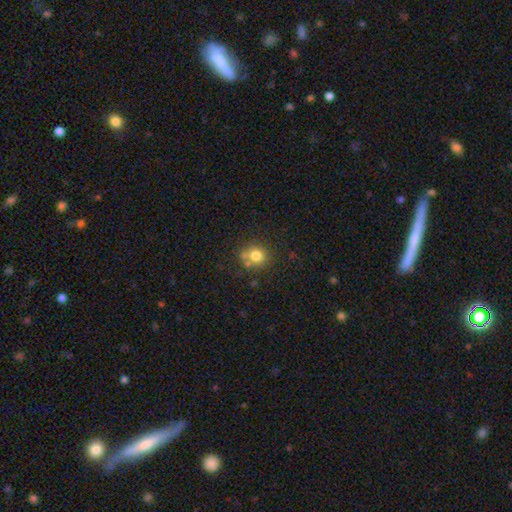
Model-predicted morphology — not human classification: Smooth or featured?
  - smooth: 76% *
  - star or artifact: 13%
  - featured or disk: 11%
How rounded?
  - round: 83% *
  - in between: 16%
  - cigar-shaped: 1%
Merging?
  - none: 64% *
  - merger: 18%
  - minor disturbance: 13%
  - major disturbance: 5%